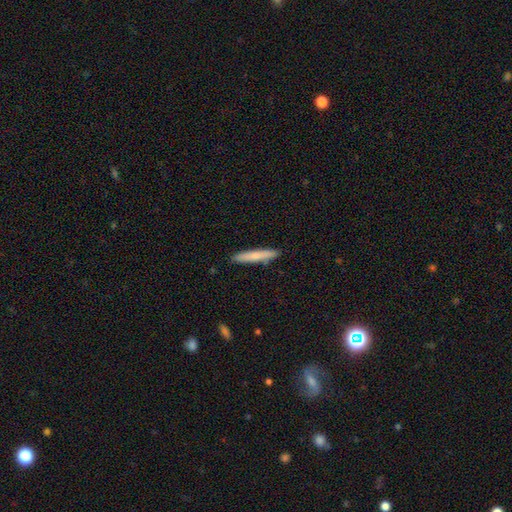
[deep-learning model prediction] smooth-or-featured: smooth: 74% | featured or disk: 21% | star or artifact: 6%
  how-rounded: cigar-shaped: 94% | in between: 4% | round: 1%
  merging: none: 91% | minor disturbance: 7% | major disturbance: 1% | merger: 1%